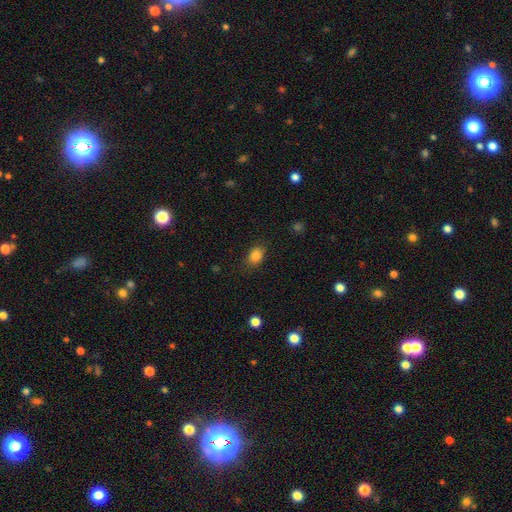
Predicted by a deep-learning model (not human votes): The model was most divided on "how rounded": in between: 71%, round: 28%, cigar-shaped: 1%. More confident: smooth or featured — smooth (85%); merging — none (81%).